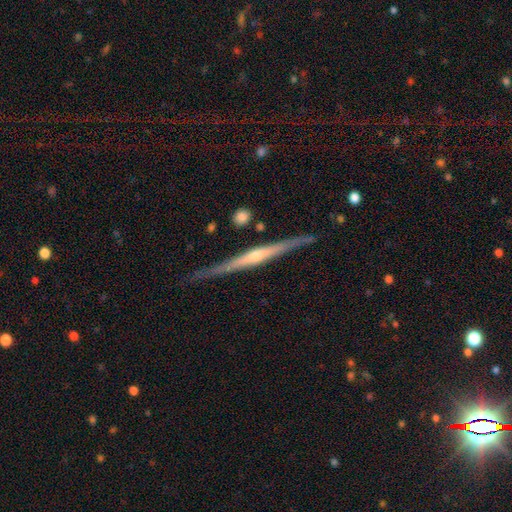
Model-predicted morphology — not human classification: This appears to be a featured or disk galaxy (81%) viewed edge-on (98%) with a rounded central bulge (69%). Merging: none (85%).